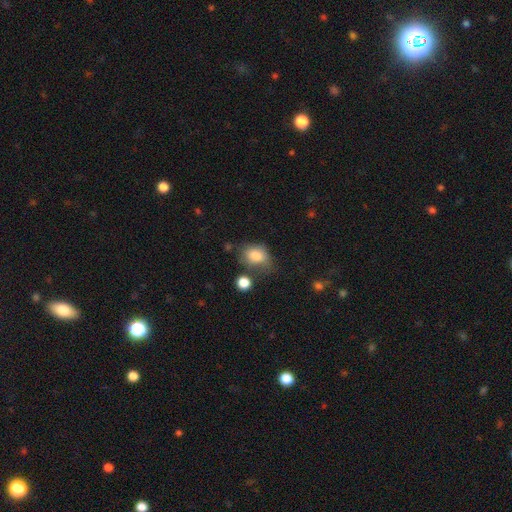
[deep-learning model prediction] smooth_or_featured: smooth (p=0.81) [alt: featured or disk p=0.10]
how_rounded: in between (p=0.67) [alt: round p=0.32]
merging: none (p=0.46) [alt: minor disturbance p=0.31]